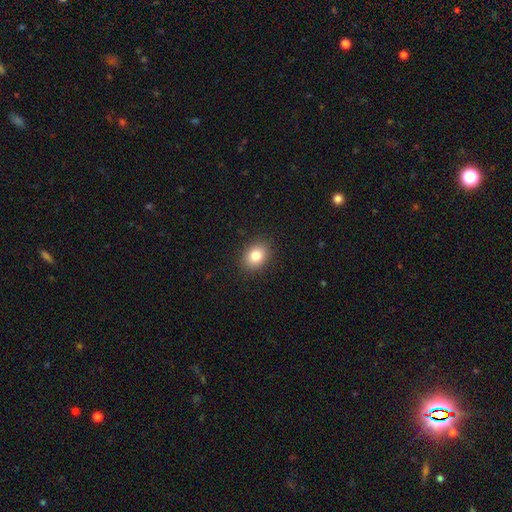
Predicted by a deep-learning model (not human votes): A smooth galaxy with no disk features (82%) that is in between round and cigar-shaped (55%). Merging: none (90%).